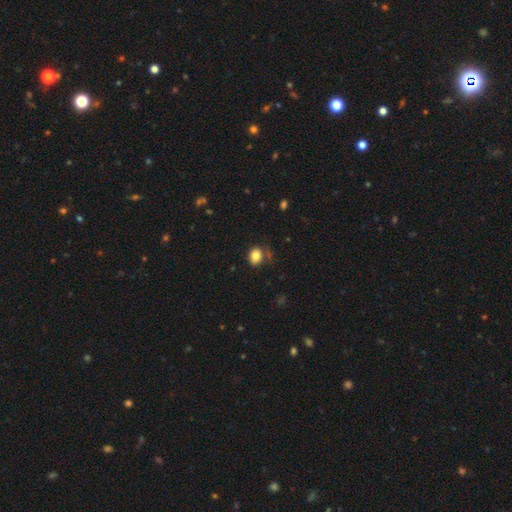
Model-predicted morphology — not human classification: Q: Smooth or featured?
A: smooth (82%); runner-up: star or artifact (10%)
Q: How rounded?
A: round (54%); runner-up: in between (45%)
Q: Merging?
A: none (69%); runner-up: minor disturbance (19%)